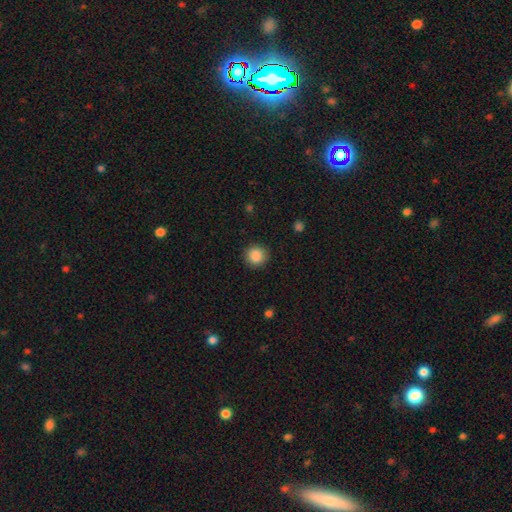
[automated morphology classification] smooth_or_featured: smooth (p=0.88) [alt: star or artifact p=0.09]
how_rounded: round (p=0.93) [alt: in between p=0.06]
merging: none (p=0.90) [alt: minor disturbance p=0.07]